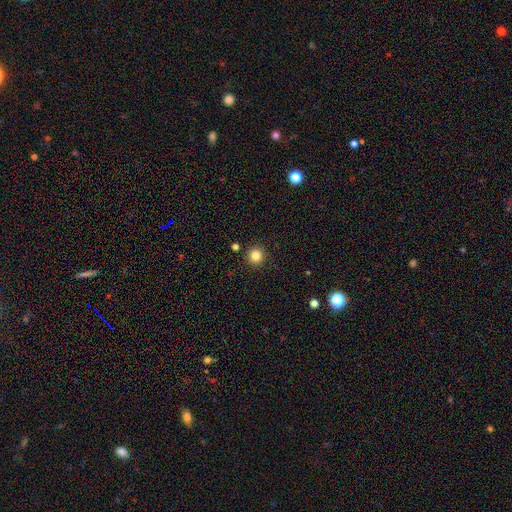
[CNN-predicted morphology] Smooth or featured? smooth (82%)
How rounded? round (95%)
Merging? none (91%)